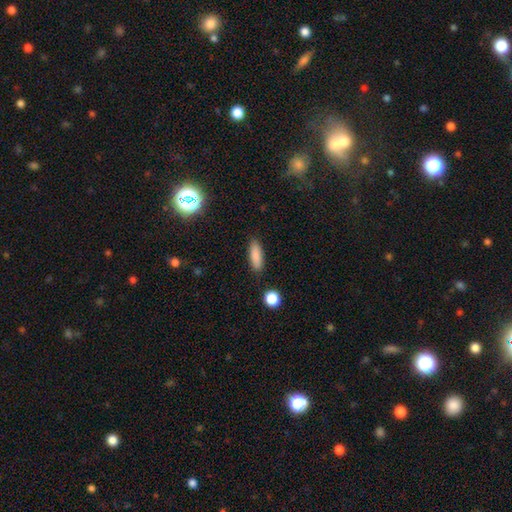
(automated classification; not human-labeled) Q: Smooth or featured?
A: smooth (85%); runner-up: star or artifact (8%)
Q: How rounded?
A: in between (52%); runner-up: cigar-shaped (45%)
Q: Merging?
A: none (86%); runner-up: minor disturbance (9%)